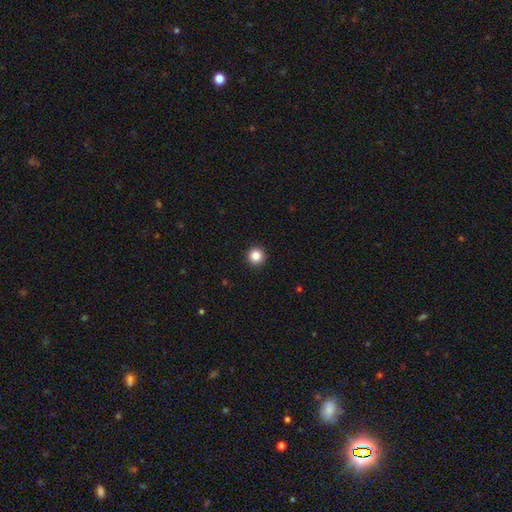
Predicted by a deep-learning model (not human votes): A smooth galaxy with no disk features (85%) that is round (96%). Merging: none (94%).